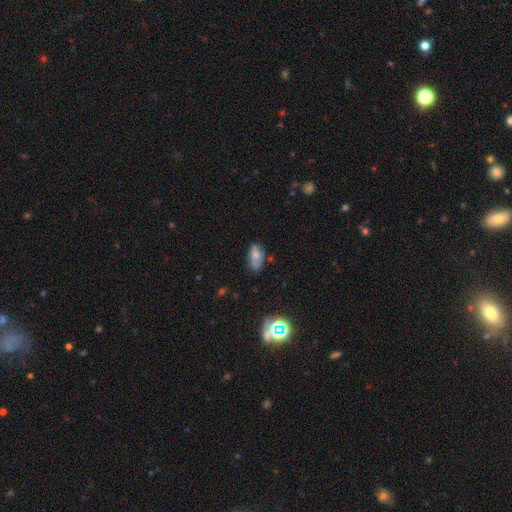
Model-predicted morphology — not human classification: Smooth or featured?
  - smooth: 63% *
  - featured or disk: 25%
  - star or artifact: 13%
How rounded?
  - in between: 90% *
  - round: 6%
  - cigar-shaped: 4%
Merging?
  - none: 56% *
  - minor disturbance: 31%
  - major disturbance: 9%
  - merger: 4%